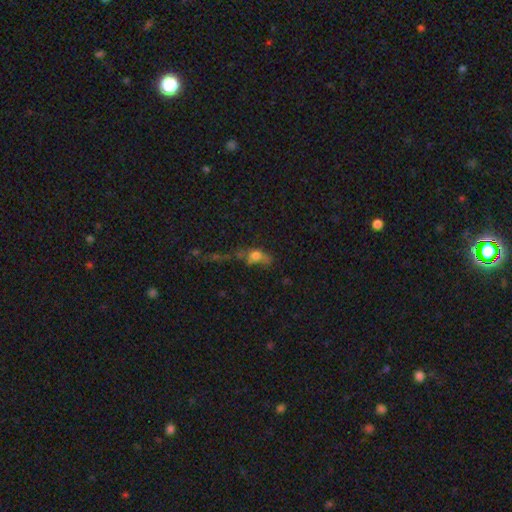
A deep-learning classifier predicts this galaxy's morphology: Smooth or featured?
  - smooth: 57% *
  - featured or disk: 24%
  - star or artifact: 19%
How rounded?
  - in between: 61% *
  - round: 24%
  - cigar-shaped: 15%
Merging?
  - major disturbance: 37% *
  - merger: 24%
  - none: 23%
  - minor disturbance: 16%